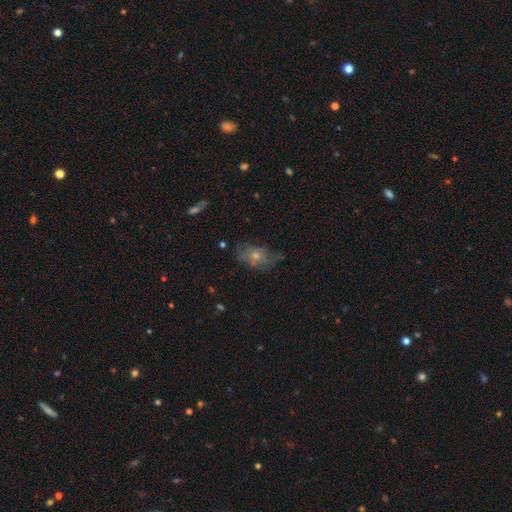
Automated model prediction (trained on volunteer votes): smooth 47%, featured or disk 35%, star or artifact 18%. Down the decision tree: merging — none (63%).